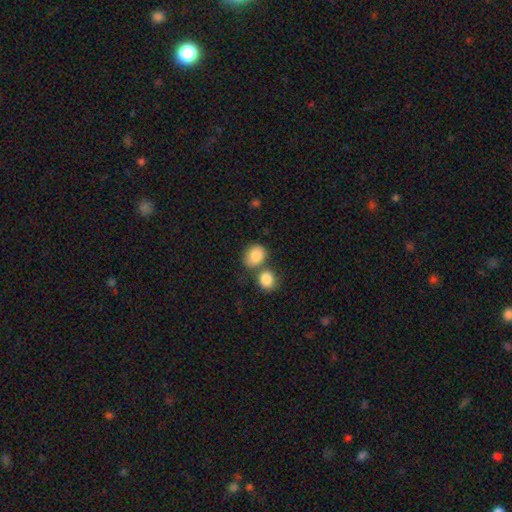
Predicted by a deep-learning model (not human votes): A smooth galaxy with no disk features (86%) that is round (59%). Merging: none (45%).